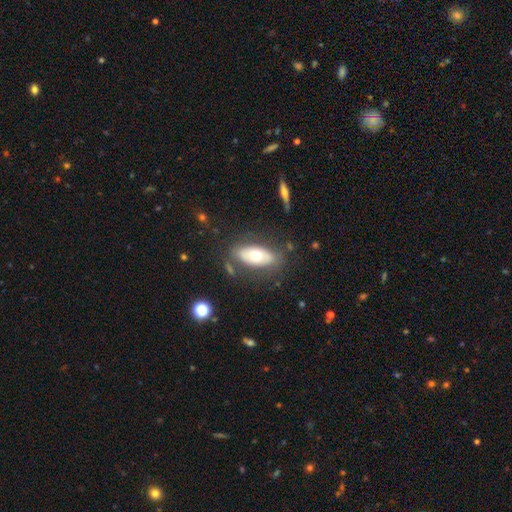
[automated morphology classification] Overall: smooth (58%; featured or disk 35%). How rounded: in between (89%). Merging: none (75%).